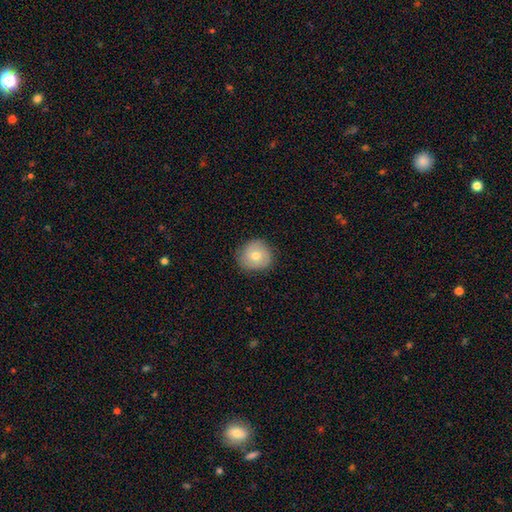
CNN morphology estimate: smooth-or-featured: smooth: 61% | featured or disk: 30% | star or artifact: 8%
  how-rounded: round: 89% | in between: 10% | cigar-shaped: 1%
  merging: none: 83% | minor disturbance: 13% | major disturbance: 3% | merger: 1%